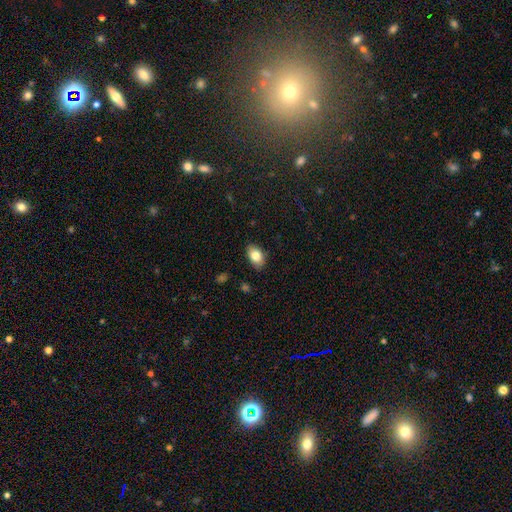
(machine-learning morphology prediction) This is clearly a smooth galaxy (81%). How rounded: clearly in between (88%). Merging: clearly none (85%).